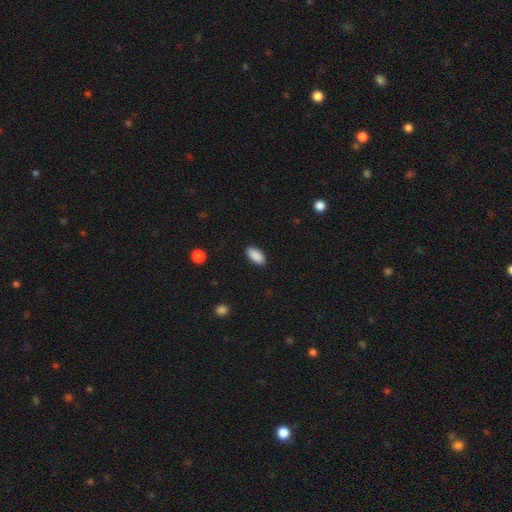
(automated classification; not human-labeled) Smooth or featured: smooth — 90% (star or artifact — 7%)
How rounded: in between — 92% (cigar-shaped — 6%)
Merging: none — 89% (minor disturbance — 8%)